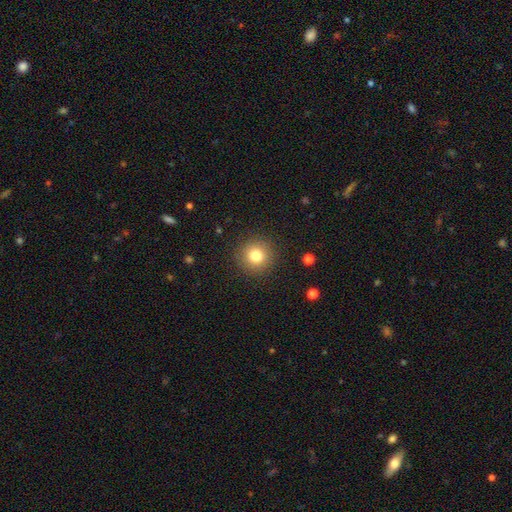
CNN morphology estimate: Overall: smooth (80%). How rounded: round (94%). Merging: none (90%).